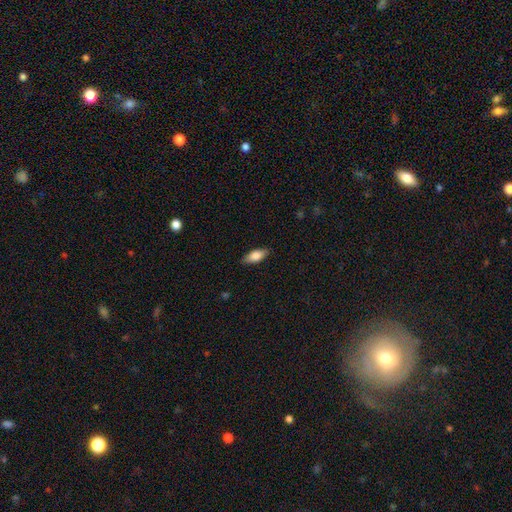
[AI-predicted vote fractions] This is likely a smooth galaxy (79%). How rounded: clearly in between (82%). Merging: clearly none (86%).